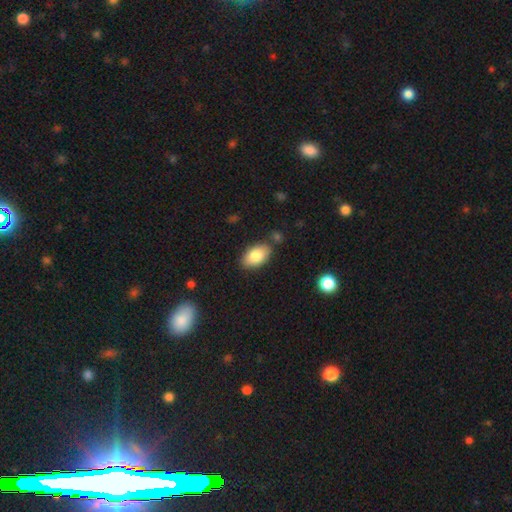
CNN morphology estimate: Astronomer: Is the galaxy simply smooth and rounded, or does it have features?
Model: smooth — 82%.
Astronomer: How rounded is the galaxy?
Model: in between — 93%.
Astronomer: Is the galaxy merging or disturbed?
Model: none — 80%.